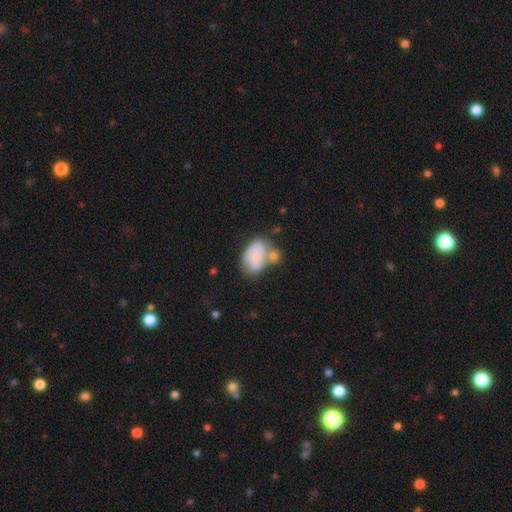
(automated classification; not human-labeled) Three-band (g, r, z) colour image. It shows a smooth galaxy with no disk features (62%) that is in between round and cigar-shaped (86%). Merging: none (39%).